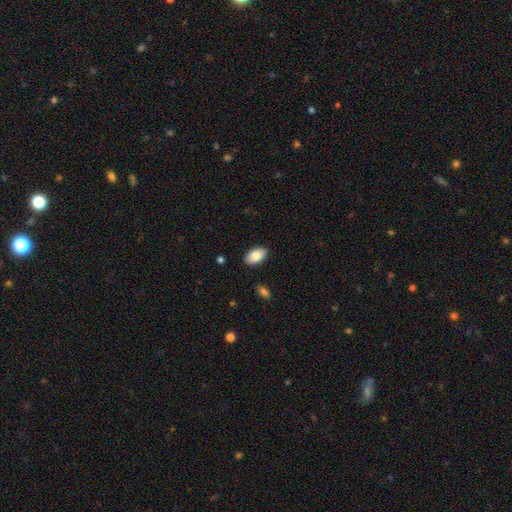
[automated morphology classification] A smooth galaxy with no disk features (84%) that is in between round and cigar-shaped (94%).

Vote fractions:
- Smooth or featured? smooth: 84% / featured or disk: 10% / star or artifact: 6%
- How rounded? in between: 94% / round: 4% / cigar-shaped: 2%
- Merging? none: 88% / minor disturbance: 8% / major disturbance: 2% / merger: 1%